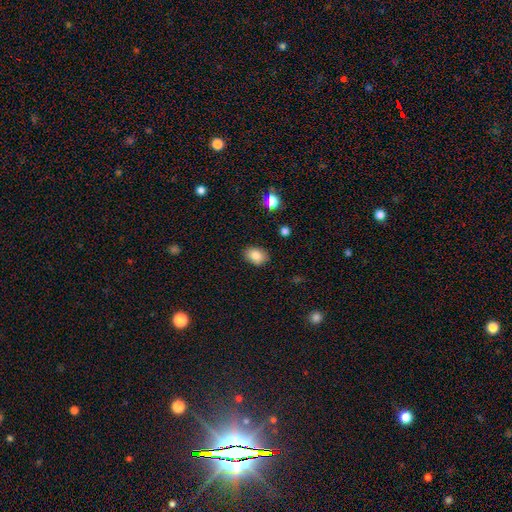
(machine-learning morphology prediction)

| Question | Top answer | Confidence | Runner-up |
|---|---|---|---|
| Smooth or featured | smooth | 83% | star or artifact (10%) |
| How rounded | in between | 75% | round (24%) |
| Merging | none | 86% | minor disturbance (10%) |